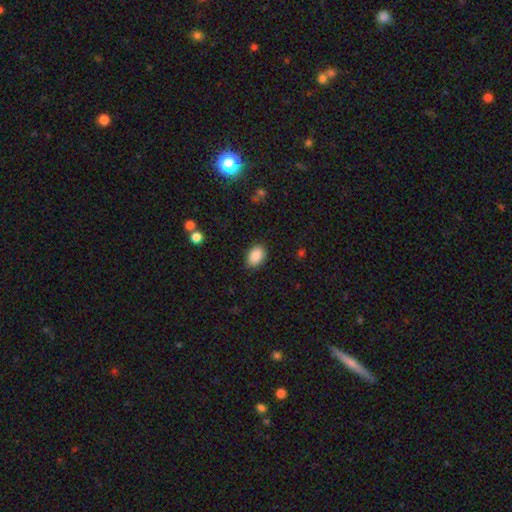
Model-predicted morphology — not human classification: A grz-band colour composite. It shows a smooth galaxy with no disk features (88%) that is in between round and cigar-shaped (84%). Merging: none (86%).